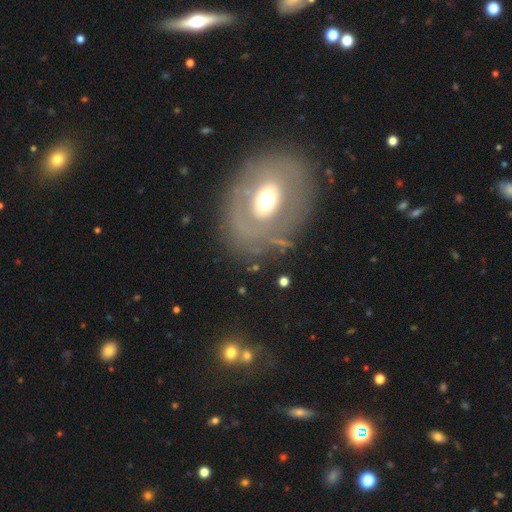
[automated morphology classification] type=featured or disk (61%); edge-on=no (93%); bar=no (49%); spiral arms=no (66%); bulge=moderate (69%); merging=none (77%).